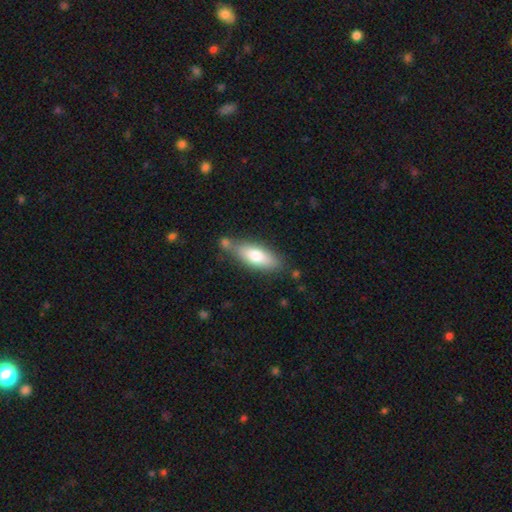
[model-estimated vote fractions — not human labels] Q: Smooth or featured?
A: smooth (72%); runner-up: featured or disk (22%)
Q: How rounded?
A: in between (68%); runner-up: cigar-shaped (29%)
Q: Merging?
A: none (63%); runner-up: minor disturbance (18%)